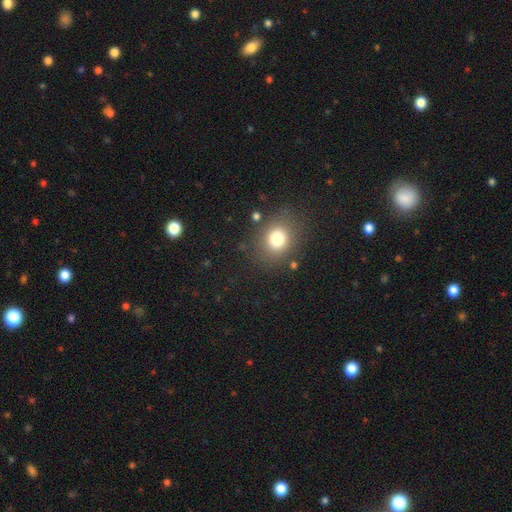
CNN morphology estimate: Q: Smooth or featured?
A: smooth (62%); runner-up: star or artifact (31%)
Q: How rounded?
A: round (78%); runner-up: in between (21%)
Q: Merging?
A: none (88%); runner-up: minor disturbance (7%)